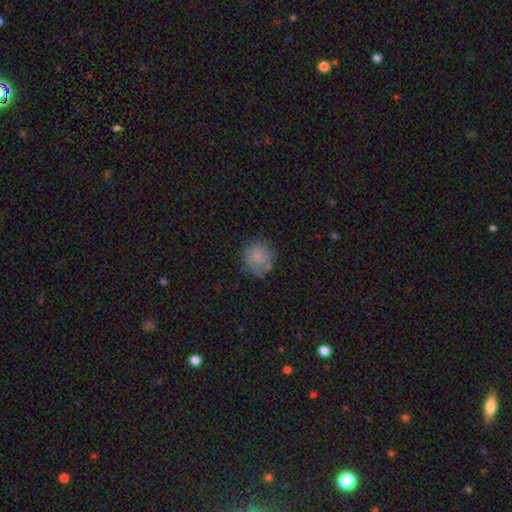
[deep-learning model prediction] This is likely a smooth galaxy (78%). How rounded: clearly round (89%). Merging: likely none (72%).